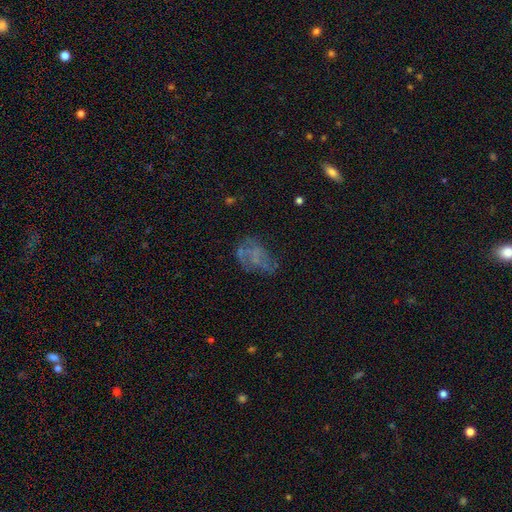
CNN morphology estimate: Overall: featured or disk (49%; smooth 33%). Merging: none (45%; major disturbance 28%).